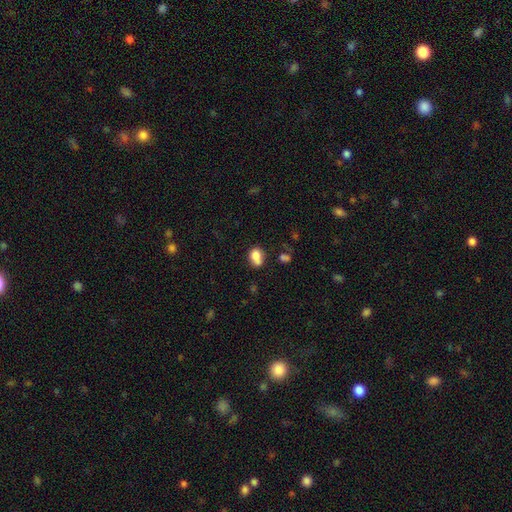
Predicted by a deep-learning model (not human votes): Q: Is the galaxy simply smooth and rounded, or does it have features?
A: smooth — 78%.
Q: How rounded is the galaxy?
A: in between — 64%.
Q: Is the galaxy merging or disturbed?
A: none — 46%.